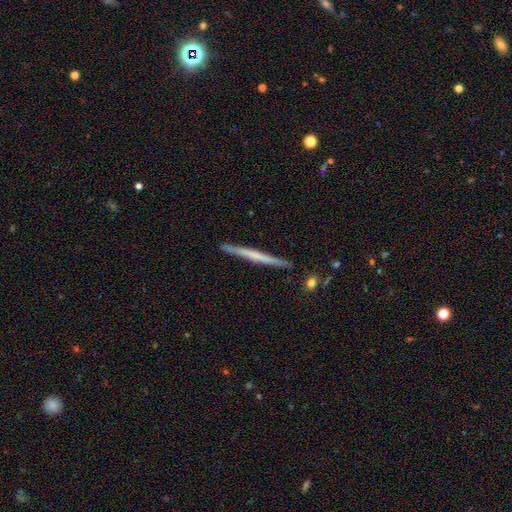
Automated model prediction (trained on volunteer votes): The model was most divided on "smooth or featured": featured or disk: 51%, smooth: 44%, star or artifact: 5%. More confident: edge-on disk — yes (97%); merging — none (89%).